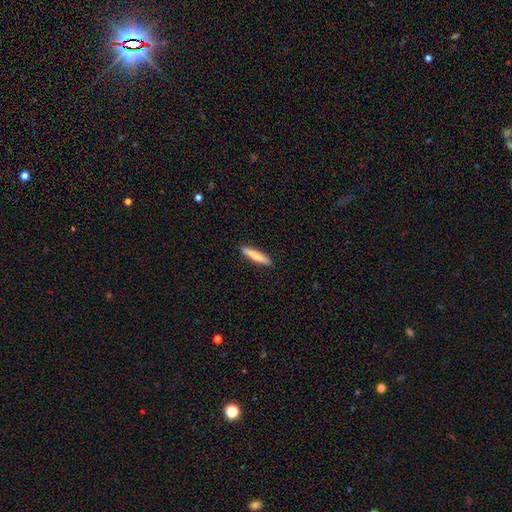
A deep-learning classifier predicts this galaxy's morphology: smooth 73%, featured or disk 22%, star or artifact 5%. Down the decision tree: how rounded — cigar-shaped (87%); merging — none (91%).